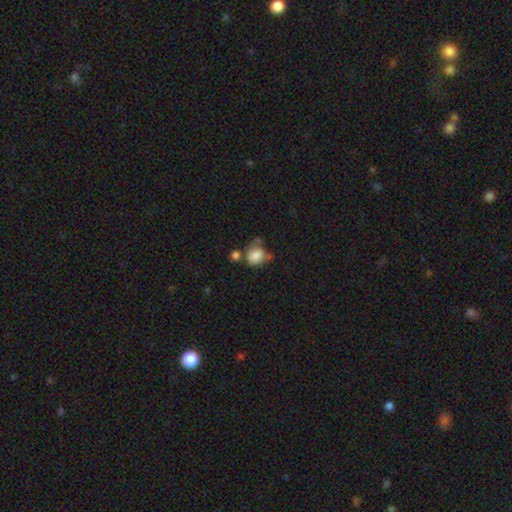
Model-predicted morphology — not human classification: The model was most divided on "how rounded": round: 55%, in between: 44%, cigar-shaped: 1%. Remaining: smooth or featured — smooth (81%); merging — none (37%).